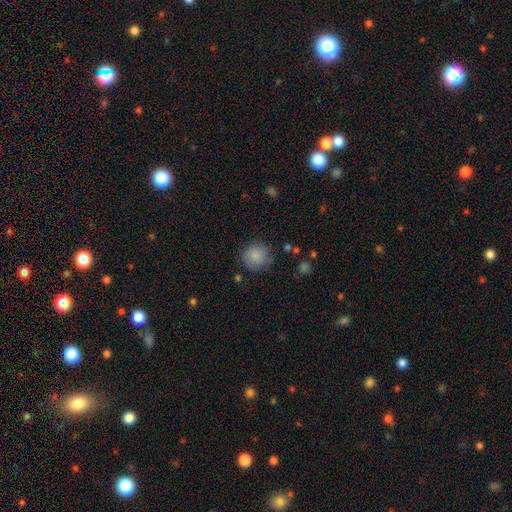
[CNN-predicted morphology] Smooth or featured?
  - smooth: 85% *
  - star or artifact: 8%
  - featured or disk: 7%
How rounded?
  - round: 92% *
  - in between: 7%
  - cigar-shaped: 1%
Merging?
  - none: 81% *
  - minor disturbance: 13%
  - major disturbance: 4%
  - merger: 2%